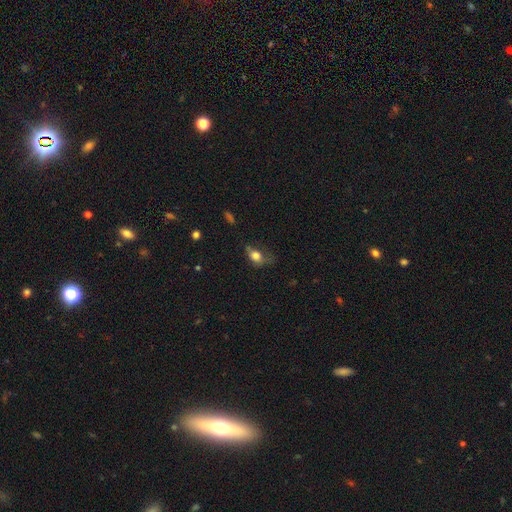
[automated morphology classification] A smooth galaxy with no disk features (74%) that is in between round and cigar-shaped (74%). Merging: major disturbance (34%).